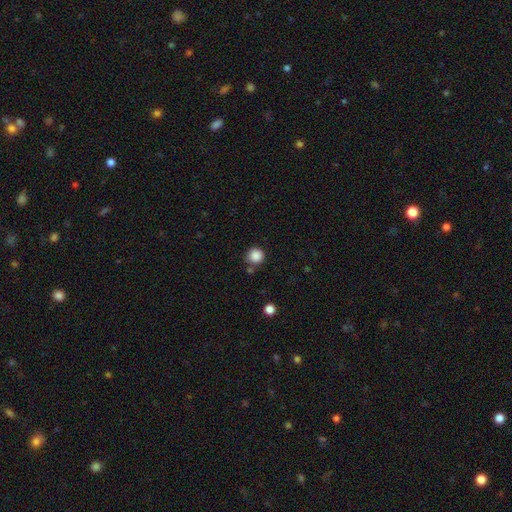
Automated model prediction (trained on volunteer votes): Morphology: type=smooth (87%); roundness=round (94%); merging=none (79%).